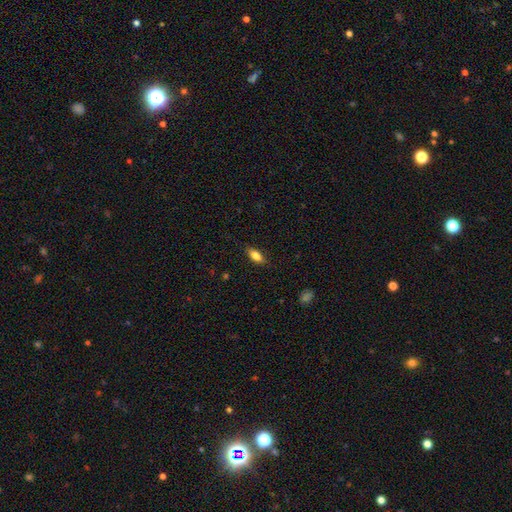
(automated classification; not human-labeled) Q: Smooth or featured?
A: smooth (79%); runner-up: featured or disk (13%)
Q: How rounded?
A: in between (82%); runner-up: cigar-shaped (15%)
Q: Merging?
A: none (84%); runner-up: minor disturbance (12%)